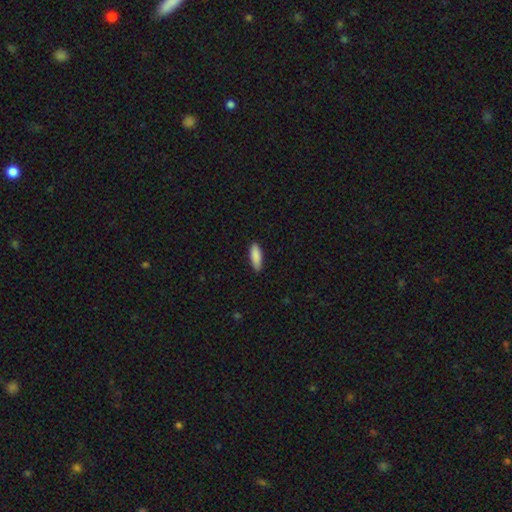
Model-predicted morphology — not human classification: smooth-or-featured: smooth: 88% | featured or disk: 6% | star or artifact: 6%
  how-rounded: in between: 57% | cigar-shaped: 42% | round: 2%
  merging: none: 86% | minor disturbance: 11% | major disturbance: 2% | merger: 1%